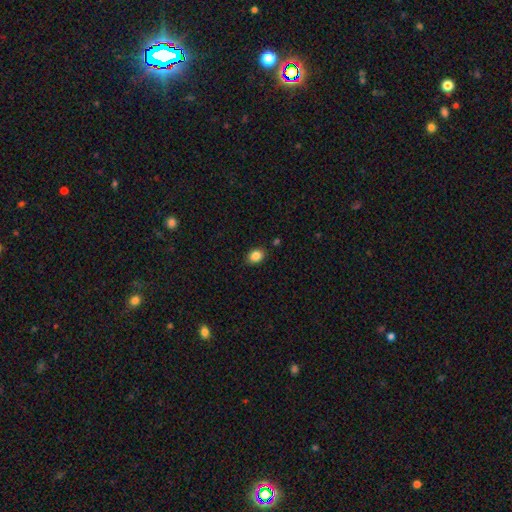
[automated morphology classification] A smooth galaxy with no disk features (86%) that is in between round and cigar-shaped (70%). Merging: none (85%).